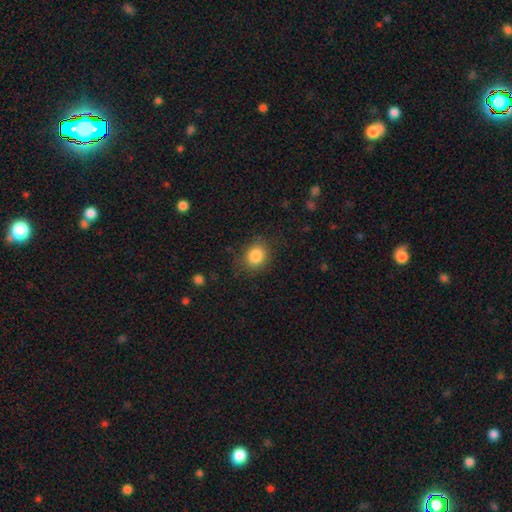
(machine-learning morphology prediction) smooth-or-featured: smooth: 85% | star or artifact: 9% | featured or disk: 6%
  how-rounded: round: 60% | in between: 39% | cigar-shaped: 1%
  merging: none: 81% | minor disturbance: 13% | major disturbance: 4% | merger: 1%